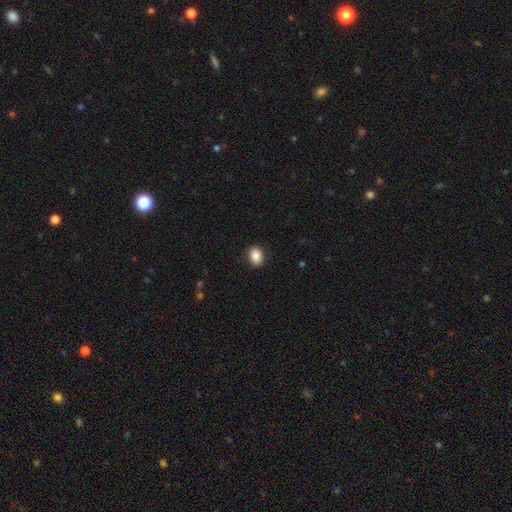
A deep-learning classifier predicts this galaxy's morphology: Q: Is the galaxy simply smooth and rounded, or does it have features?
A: smooth — 87%.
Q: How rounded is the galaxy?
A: in between — 71%.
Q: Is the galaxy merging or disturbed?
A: none — 89%.